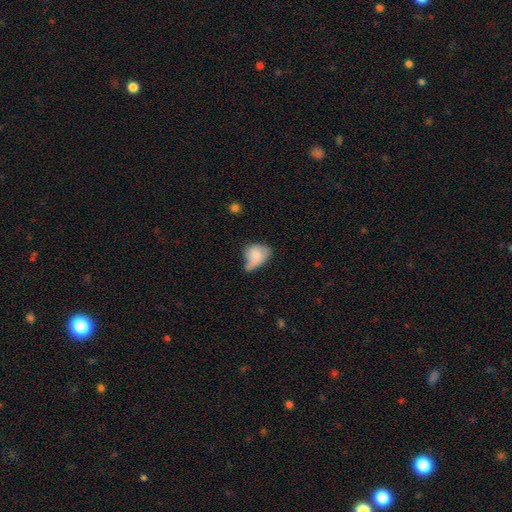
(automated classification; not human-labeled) Morphology: type=smooth (71%); roundness=in between (63%); merging=minor disturbance (36%).